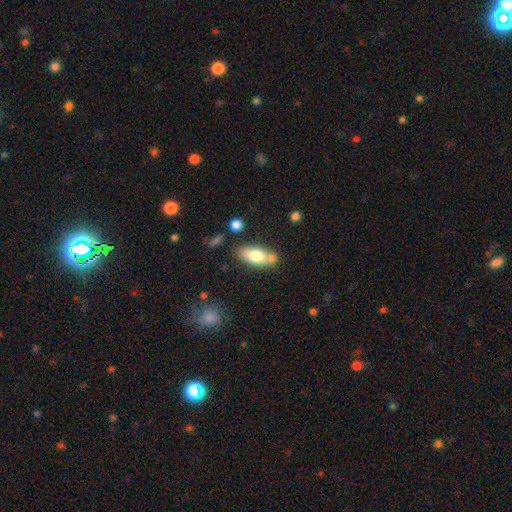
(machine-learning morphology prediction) smooth-or-featured: smooth: 72% | featured or disk: 22% | star or artifact: 6%
  how-rounded: in between: 82% | cigar-shaped: 15% | round: 3%
  merging: none: 64% | minor disturbance: 18% | merger: 14% | major disturbance: 4%